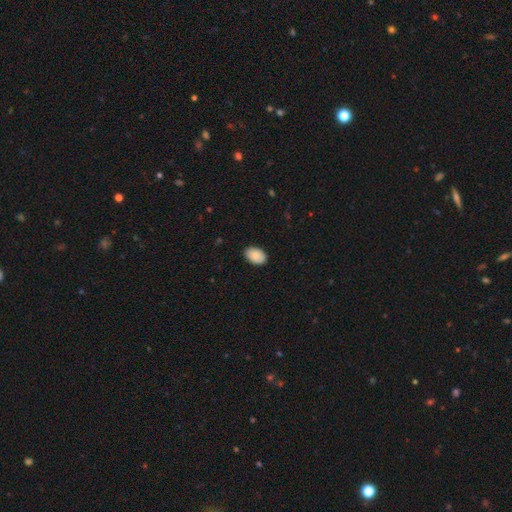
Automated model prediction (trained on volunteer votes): A smooth galaxy with no disk features (89%) that is in between round and cigar-shaped (90%). Merging: none (88%).